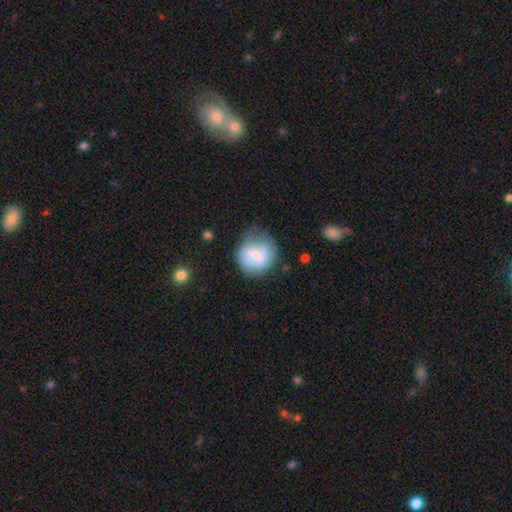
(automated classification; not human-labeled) This is possibly a featured or disk galaxy (50%). It is clearly not viewed edge-on (98%). Merging: possibly none (53%).